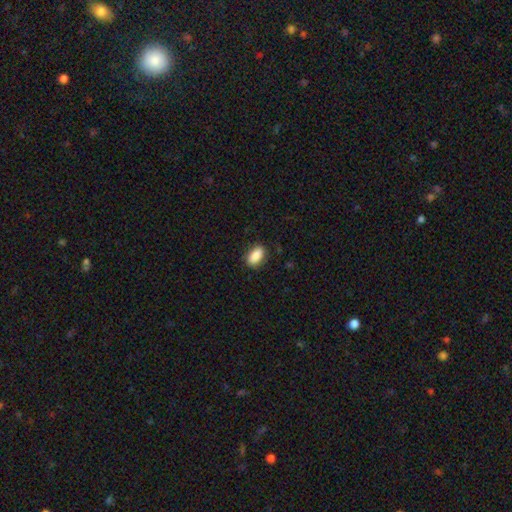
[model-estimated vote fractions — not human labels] smooth 89%, star or artifact 7%, featured or disk 4%. Down the decision tree: how rounded — in between (91%); merging — none (86%).